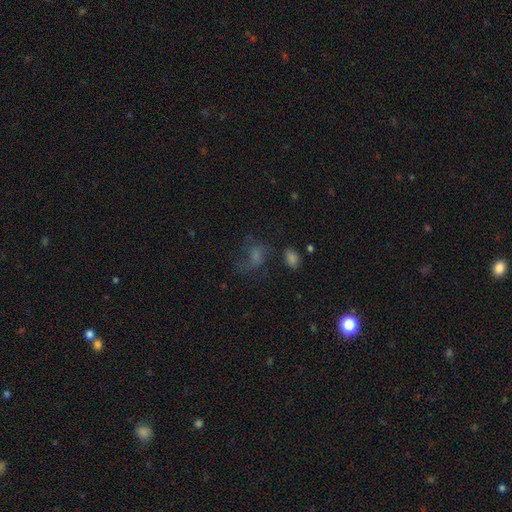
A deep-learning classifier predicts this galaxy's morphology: Smooth or featured?
  - smooth: 46% *
  - featured or disk: 28%
  - star or artifact: 26%
Merging?
  - none: 41% *
  - major disturbance: 32%
  - minor disturbance: 20%
  - merger: 7%